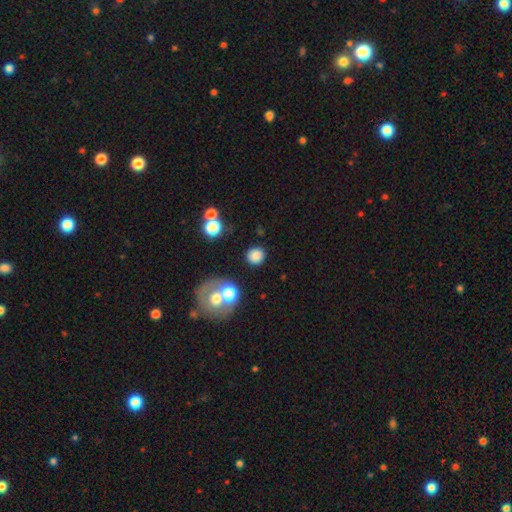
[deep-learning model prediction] A smooth galaxy with no disk features (81%) that is round (91%). Merging: none (84%).